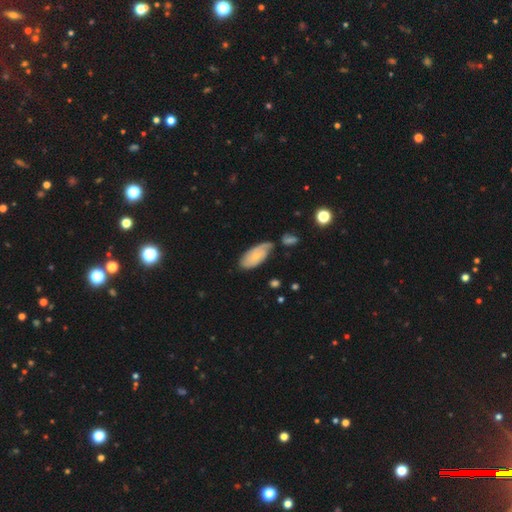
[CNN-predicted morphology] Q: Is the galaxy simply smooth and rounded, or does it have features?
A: smooth — 47%, tied with featured or disk.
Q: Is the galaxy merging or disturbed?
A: none — 48%.